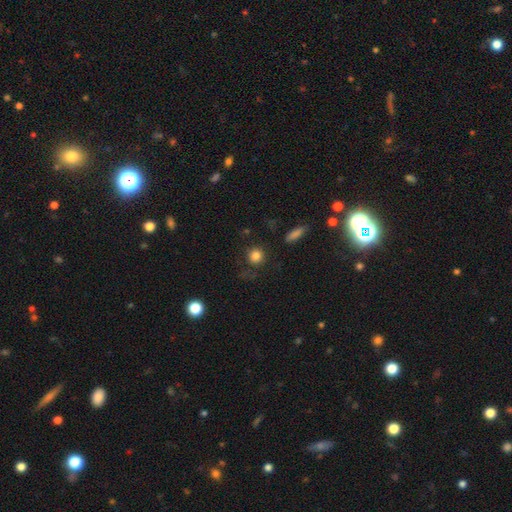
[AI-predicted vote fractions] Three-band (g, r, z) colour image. It shows a smooth galaxy with no disk features (83%) that is round (90%). Merging: none (82%).